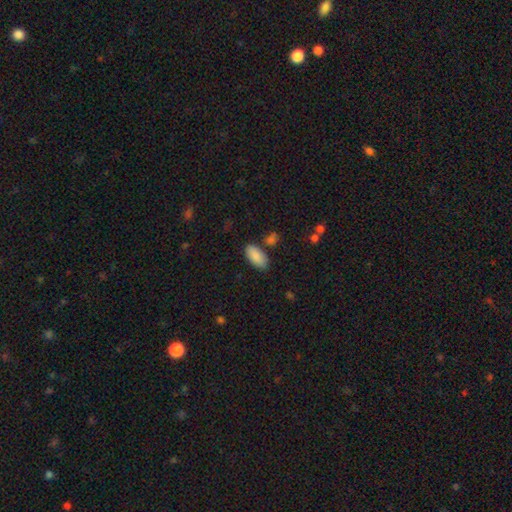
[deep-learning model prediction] A smooth galaxy with no disk features (88%) that is in between round and cigar-shaped (93%).

Vote fractions:
- Smooth or featured? smooth: 88% / star or artifact: 6% / featured or disk: 6%
- How rounded? in between: 93% / cigar-shaped: 5% / round: 2%
- Merging? none: 78% / minor disturbance: 13% / merger: 6% / major disturbance: 3%